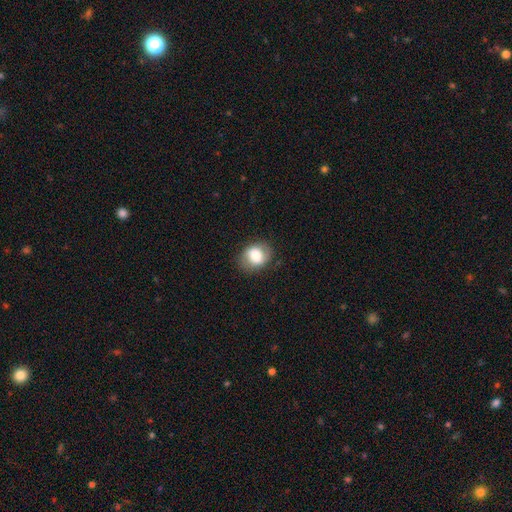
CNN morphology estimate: Q: Smooth or featured?
A: smooth (70%); runner-up: featured or disk (21%)
Q: How rounded?
A: in between (50%); runner-up: round (49%)
Q: Merging?
A: none (80%); runner-up: minor disturbance (14%)